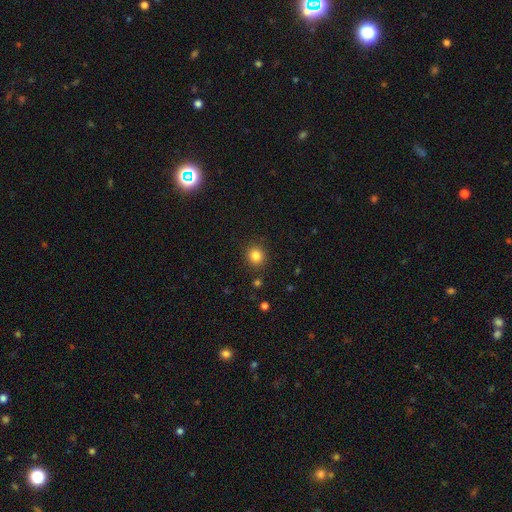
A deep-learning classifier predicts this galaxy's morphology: smooth-or-featured: smooth: 84% | star or artifact: 12% | featured or disk: 5%
  how-rounded: round: 88% | in between: 11% | cigar-shaped: 1%
  merging: none: 88% | minor disturbance: 7% | major disturbance: 2% | merger: 2%